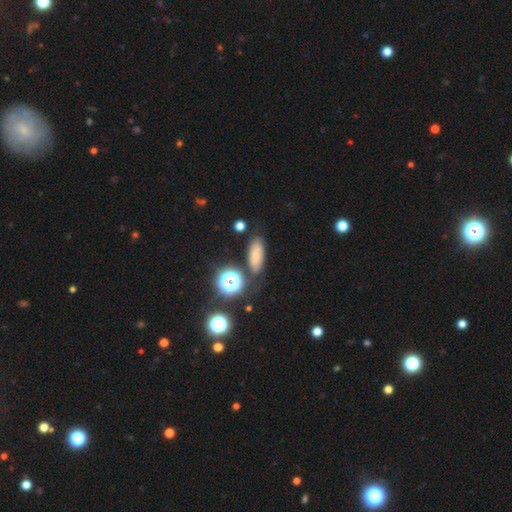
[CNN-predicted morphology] Smooth or featured? Predicted: smooth (p=0.69). How rounded? Predicted: in between (p=0.72). Merging? Predicted: none (p=0.77).